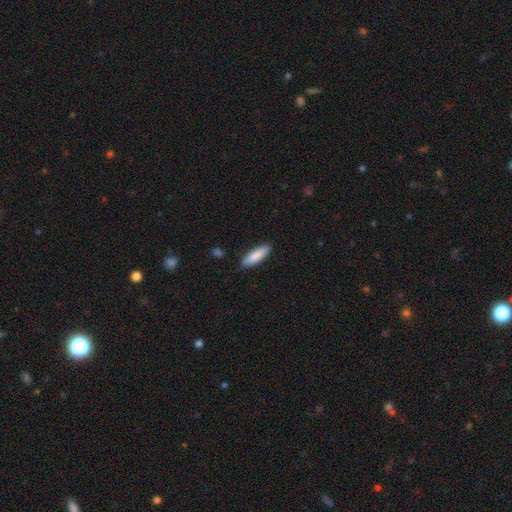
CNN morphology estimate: Overall: smooth (86%). How rounded: cigar-shaped (53%; in between 45%). Merging: none (86%).